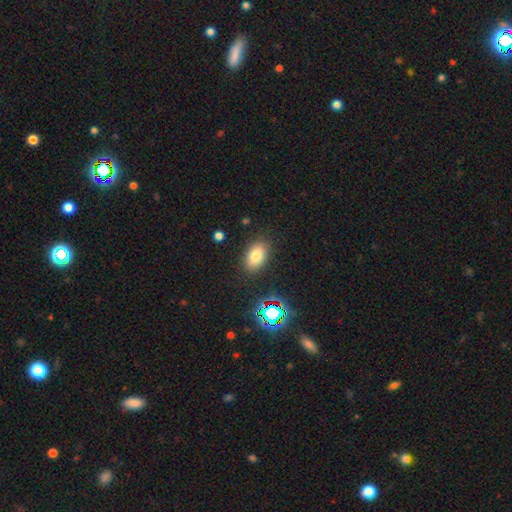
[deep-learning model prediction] smooth-or-featured: smooth: 77% | star or artifact: 13% | featured or disk: 10%
  how-rounded: in between: 88% | round: 10% | cigar-shaped: 2%
  merging: none: 85% | minor disturbance: 10% | major disturbance: 3% | merger: 2%